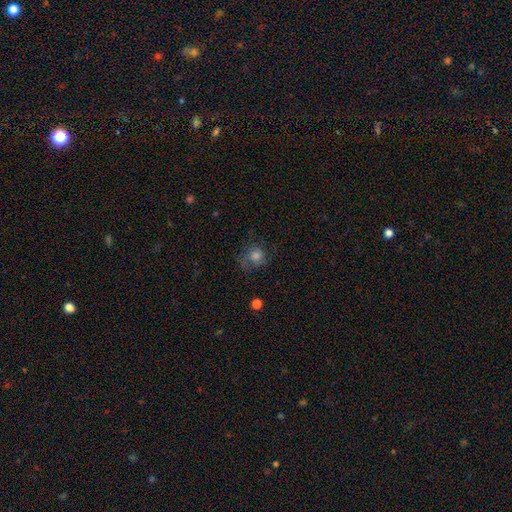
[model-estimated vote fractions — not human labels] This is possibly a smooth galaxy (59%). How rounded: clearly round (82%). Merging: likely none (61%).